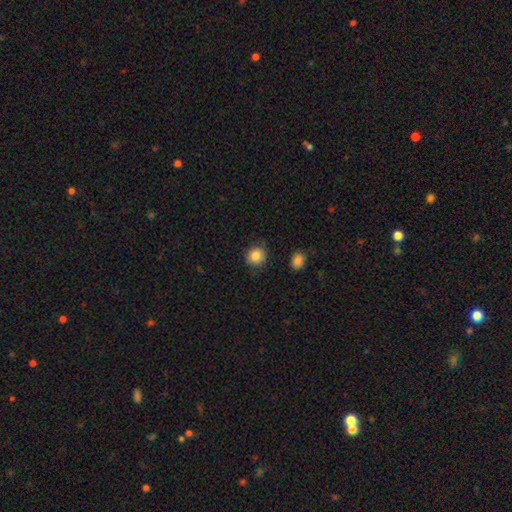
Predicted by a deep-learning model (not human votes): The model was most divided on "merging": none: 85%, minor disturbance: 11%, major disturbance: 3%, merger: 2%. More confident: how rounded — round (87%); smooth or featured — smooth (85%).